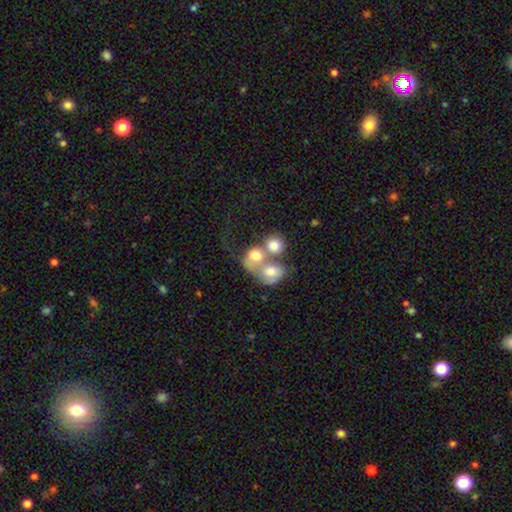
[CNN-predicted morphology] The model was most divided on "how rounded": round: 58%, in between: 41%, cigar-shaped: 1%. More confident: merging — merger (67%); smooth or featured — smooth (64%).